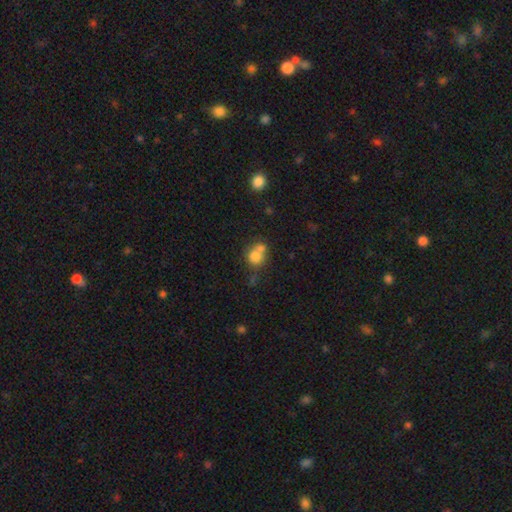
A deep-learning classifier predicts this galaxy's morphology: smooth 76%, featured or disk 13%, star or artifact 11%. Down the decision tree: how rounded — round (73%); merging — merger (51%).